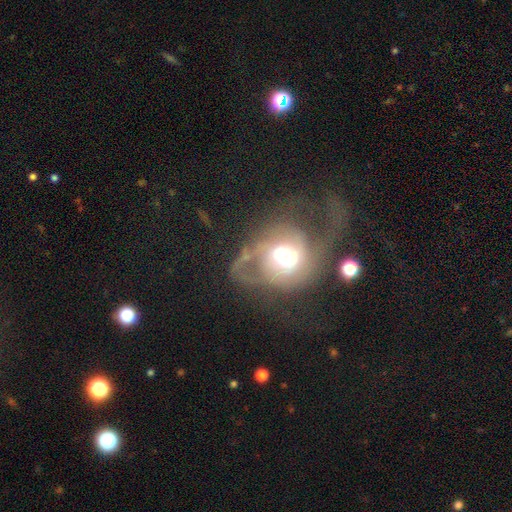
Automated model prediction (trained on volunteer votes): This is likely a featured or disk galaxy (74%). It is clearly not viewed edge-on (97%). Bar: likely no (70%). Spiral arm pattern: clearly yes (81%). Spiral arm count: possibly 2 (56%). Spiral winding: marginally medium (41%). Central bulge: likely moderate (62%). Merging: marginally none (41%).